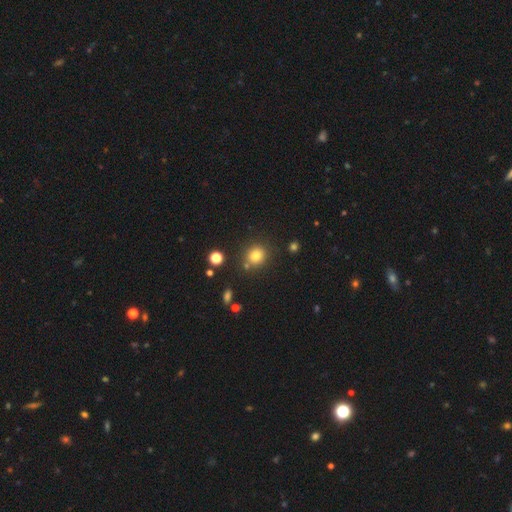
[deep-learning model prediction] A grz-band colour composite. It shows a smooth galaxy with no disk features (80%) that is round (83%). Merging: none (77%).